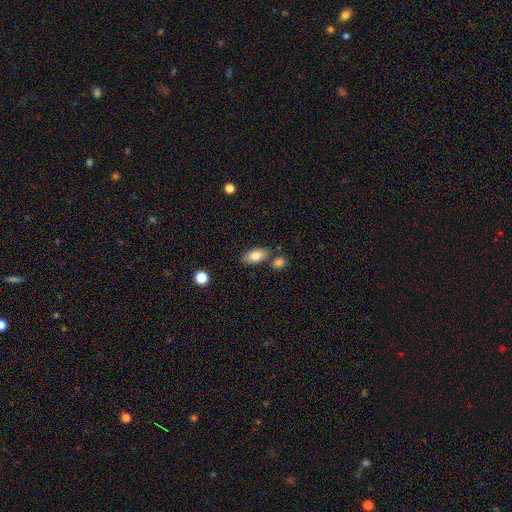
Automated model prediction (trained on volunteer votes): Q: Smooth or featured?
A: smooth (80%); runner-up: featured or disk (13%)
Q: How rounded?
A: in between (90%); runner-up: round (5%)
Q: Merging?
A: none (77%); runner-up: minor disturbance (11%)